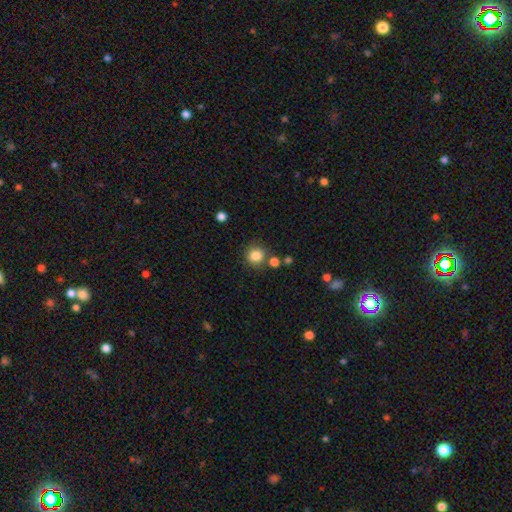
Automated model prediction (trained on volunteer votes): Smooth or featured: smooth — 84% (star or artifact — 11%)
How rounded: round — 91% (in between — 8%)
Merging: none — 77% (minor disturbance — 10%)